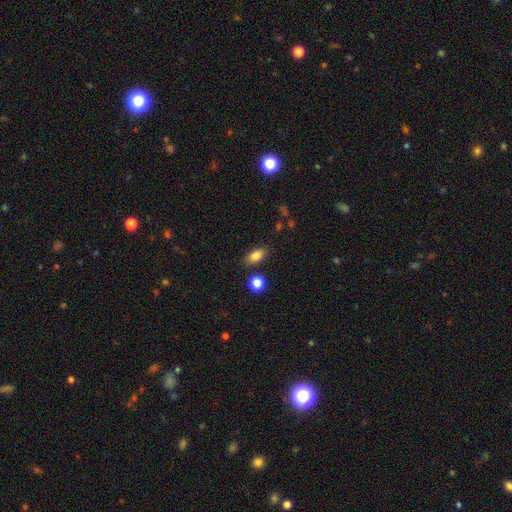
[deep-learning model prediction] A smooth galaxy with no disk features (84%) that is in between round and cigar-shaped (85%).

Vote fractions:
- Smooth or featured? smooth: 84% / star or artifact: 9% / featured or disk: 7%
- How rounded? in between: 85% / round: 9% / cigar-shaped: 6%
- Merging? none: 83% / minor disturbance: 10% / merger: 4% / major disturbance: 3%